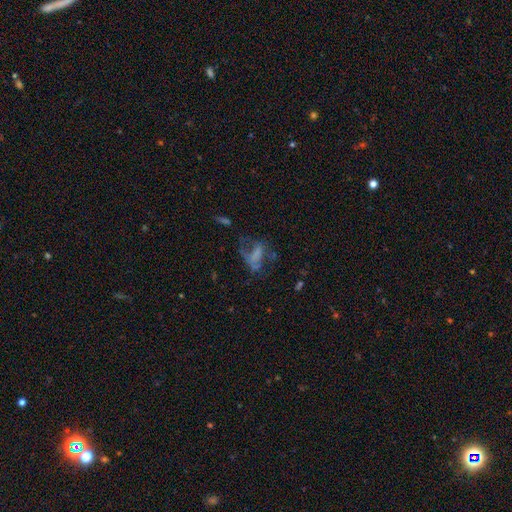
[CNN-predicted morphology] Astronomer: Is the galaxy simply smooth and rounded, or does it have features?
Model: featured or disk — 44% (runner-up: smooth, 39%).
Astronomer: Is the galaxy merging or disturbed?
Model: major disturbance — 46% (runner-up: none, 29%).